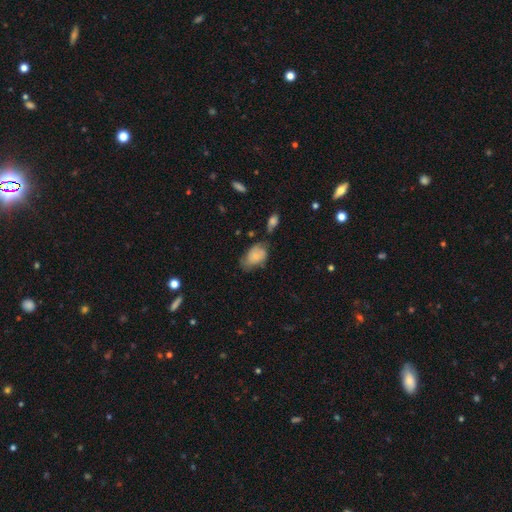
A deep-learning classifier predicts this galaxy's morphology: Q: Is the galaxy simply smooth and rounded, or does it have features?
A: smooth — 68%.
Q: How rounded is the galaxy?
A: in between — 85%.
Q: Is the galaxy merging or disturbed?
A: none — 39%.